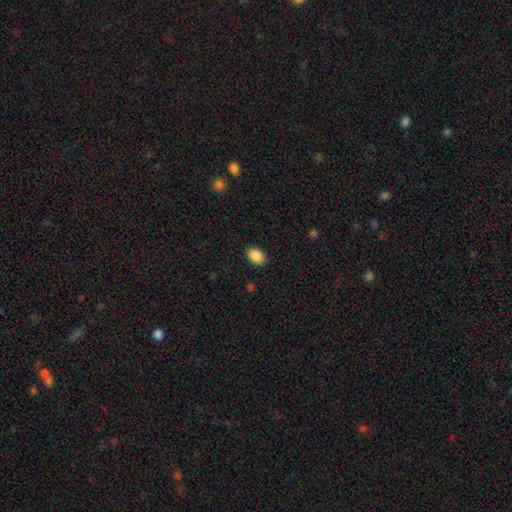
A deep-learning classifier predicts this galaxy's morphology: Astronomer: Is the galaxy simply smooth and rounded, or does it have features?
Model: smooth — 89%.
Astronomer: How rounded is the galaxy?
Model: in between — 80%.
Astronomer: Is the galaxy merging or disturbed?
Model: none — 87%.